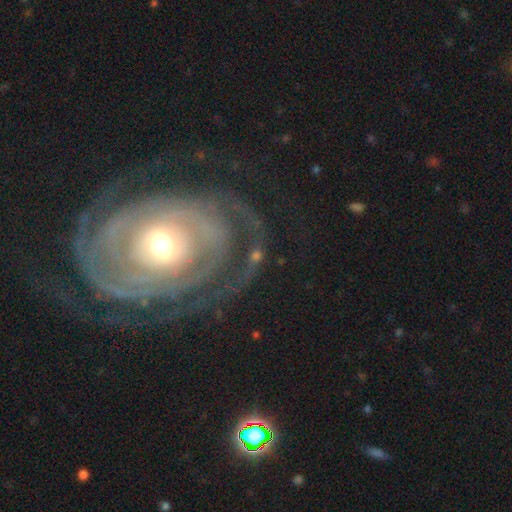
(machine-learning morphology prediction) A featured or disk galaxy (85%) with no bar (68%), tight (74%) spiral arms (90%) and a moderate central bulge (66%).

Vote fractions:
- Smooth or featured? featured or disk: 85% / smooth: 9% / star or artifact: 7%
- Edge-on disk? no: 96% / yes: 4%
- Bar? no: 68% / weak: 21% / strong: 11%
- Spiral arms? yes: 90% / no: 10%
- Spiral winding? tight: 74% / medium: 19% / loose: 7%
- Spiral arm count? can't tell: 32% / 2: 26% / 3: 15% / 4: 10% / more than 4: 9% / 1: 8%
- Bulge size? moderate: 66% / small: 23% / large: 9% / dominant: 2% / none: 1%
- Merging? none: 71% / minor disturbance: 14% / major disturbance: 13% / merger: 2%